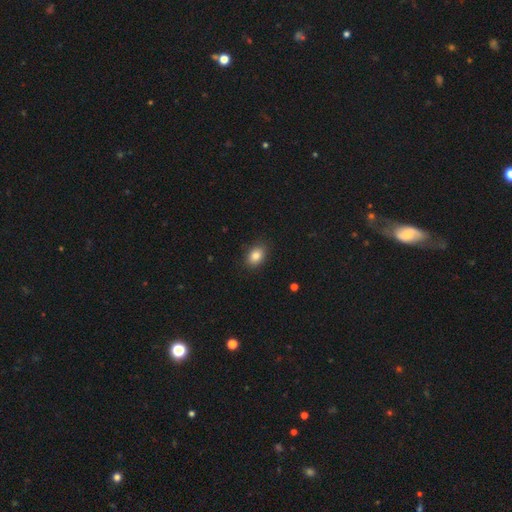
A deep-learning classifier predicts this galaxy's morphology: smooth-or-featured: smooth: 84% | star or artifact: 9% | featured or disk: 6%
  how-rounded: in between: 76% | round: 23% | cigar-shaped: 1%
  merging: none: 87% | minor disturbance: 10% | major disturbance: 2% | merger: 1%